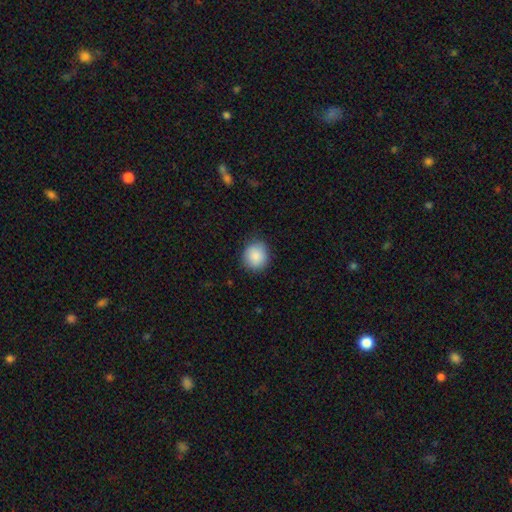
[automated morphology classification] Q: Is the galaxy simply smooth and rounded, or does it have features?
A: smooth — 88%.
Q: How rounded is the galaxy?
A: round — 82%.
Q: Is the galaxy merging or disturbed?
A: none — 86%.